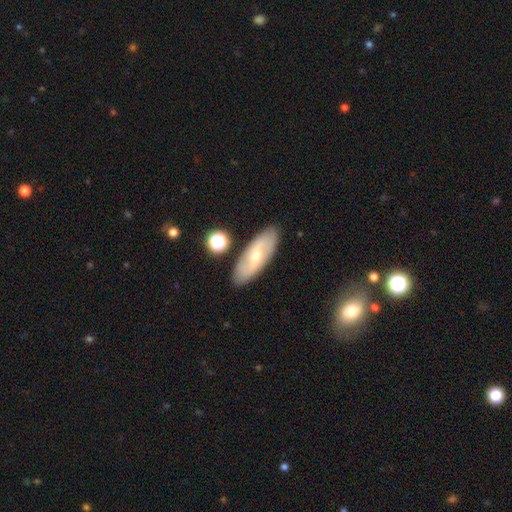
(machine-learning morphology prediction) smooth_or_featured: featured or disk (p=0.51) [alt: smooth p=0.42]
disk_edge_on: no (p=0.82) [alt: yes p=0.18]
merging: none (p=0.86) [alt: minor disturbance p=0.09]